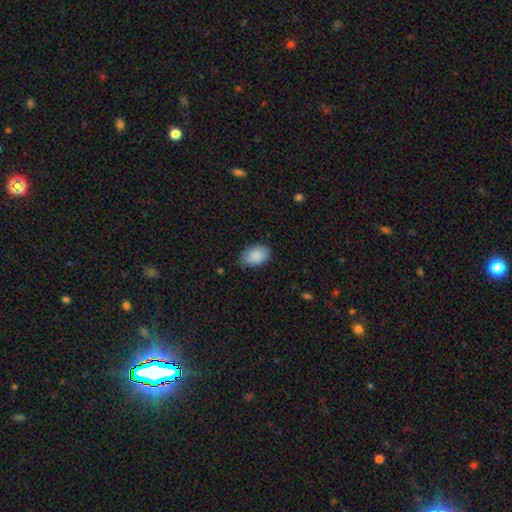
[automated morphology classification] smooth_or_featured: smooth (p=0.89) [alt: star or artifact p=0.06]
how_rounded: in between (p=0.91) [alt: round p=0.08]
merging: none (p=0.77) [alt: minor disturbance p=0.19]